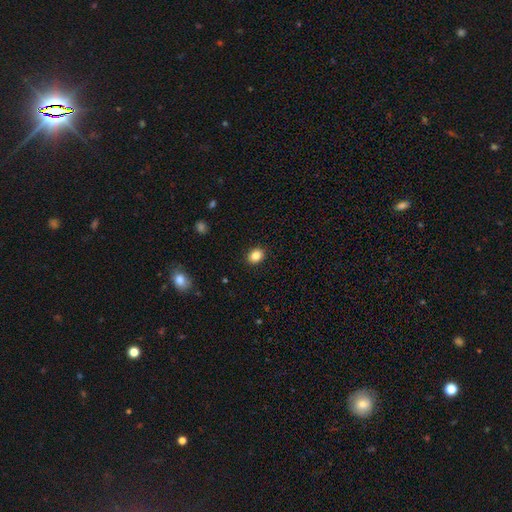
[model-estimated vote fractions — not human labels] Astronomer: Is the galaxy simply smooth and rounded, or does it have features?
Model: smooth — 85%.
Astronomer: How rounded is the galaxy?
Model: in between — 51% (runner-up: round, 48%).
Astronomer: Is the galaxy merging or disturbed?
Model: none — 91%.